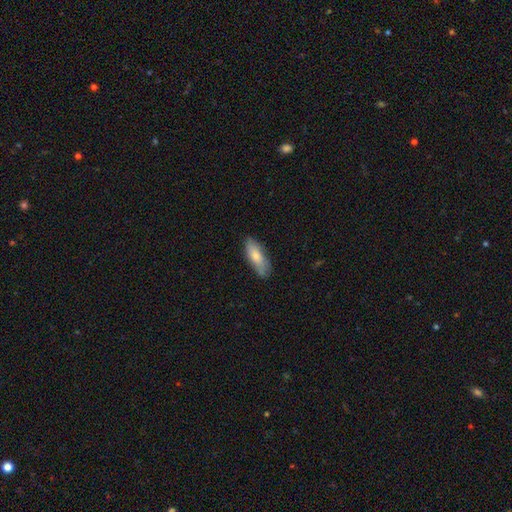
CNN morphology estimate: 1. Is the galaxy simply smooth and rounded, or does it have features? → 70% smooth, 23% featured or disk, 6% star or artifact.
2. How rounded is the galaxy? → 61% in between, 37% cigar-shaped, 2% round.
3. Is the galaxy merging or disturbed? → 82% none, 14% minor disturbance, 2% major disturbance, 1% merger.